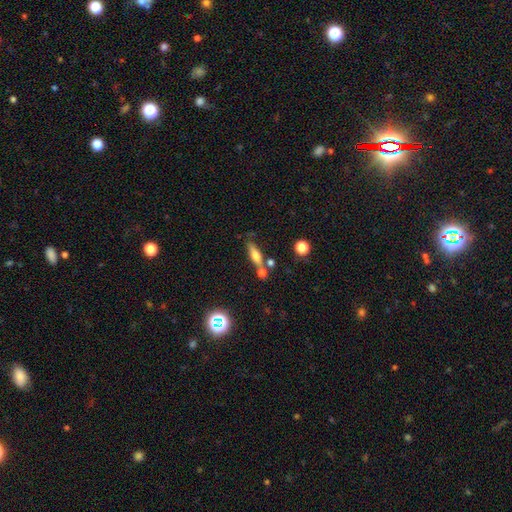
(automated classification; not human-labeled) A smooth galaxy with no disk features (61%) that is cigar-shaped (56%). Merging: none (60%).